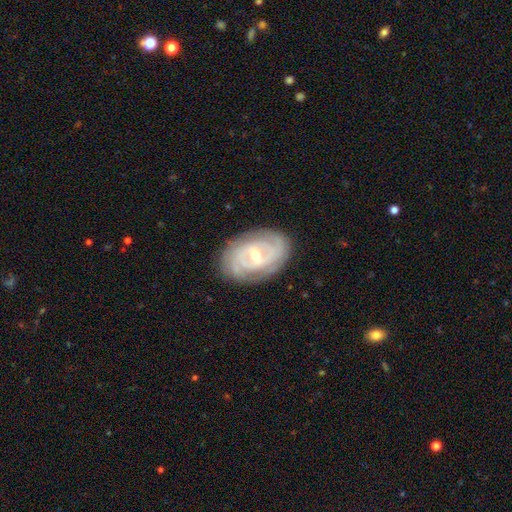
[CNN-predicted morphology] Smooth or featured: featured or disk — 83% (smooth — 12%)
Edge-on disk: no — 95% (yes — 5%)
Bar: weak — 50% (no — 26%)
Spiral arms: yes — 88% (no — 12%)
Spiral winding: tight — 68% (medium — 25%)
Spiral arm count: 2 — 43% (can't tell — 32%)
Bulge size: moderate — 57% (small — 39%)
Merging: none — 81% (minor disturbance — 14%)